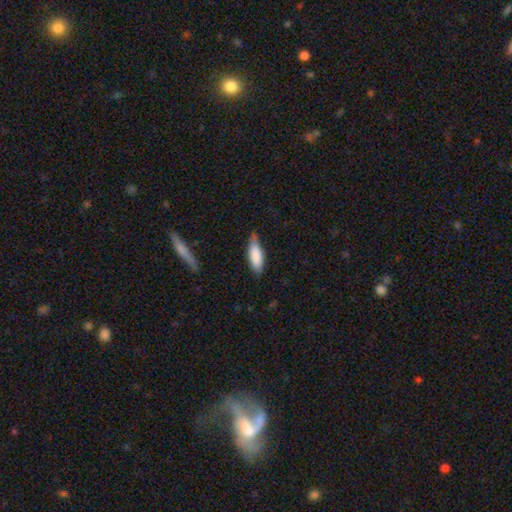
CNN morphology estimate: A smooth galaxy with no disk features (83%) that is in between round and cigar-shaped (61%). Merging: none (63%).